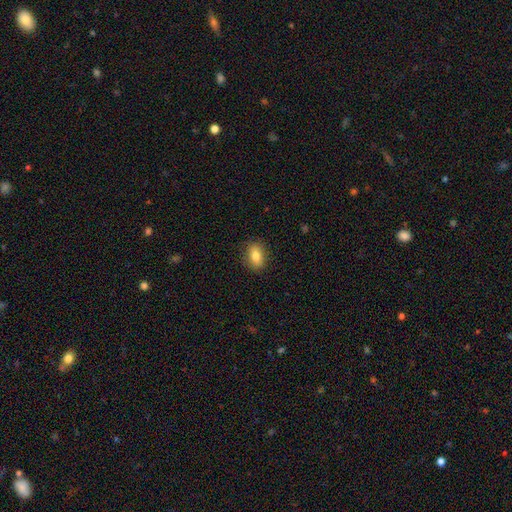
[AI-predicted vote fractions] smooth-or-featured: smooth: 78% | featured or disk: 14% | star or artifact: 8%
  how-rounded: in between: 80% | round: 15% | cigar-shaped: 5%
  merging: none: 86% | minor disturbance: 11% | major disturbance: 3% | merger: 1%